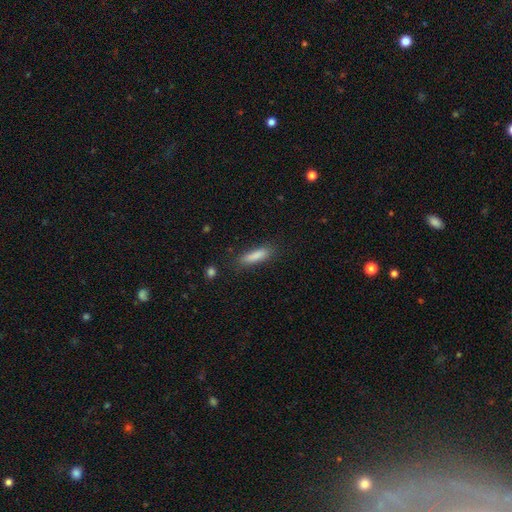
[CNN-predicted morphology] smooth 84%, featured or disk 8%, star or artifact 7%. Down the decision tree: how rounded — cigar-shaped (64%); merging — none (77%).